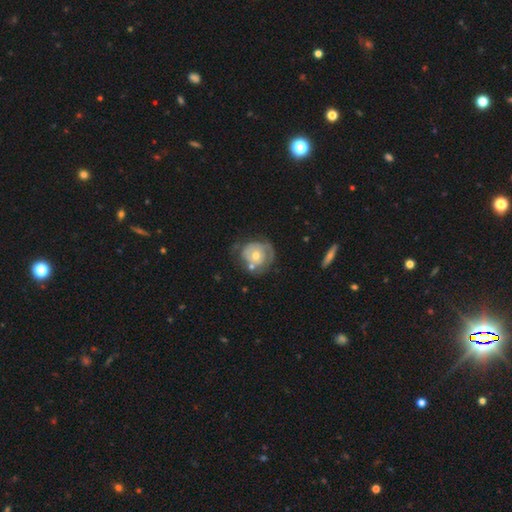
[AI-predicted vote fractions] Q: Smooth or featured?
A: featured or disk (57%); runner-up: smooth (37%)
Q: Edge-on disk?
A: no (97%); runner-up: yes (3%)
Q: Bar?
A: no (87%); runner-up: weak (11%)
Q: Spiral arms?
A: no (56%); runner-up: yes (44%)
Q: Bulge size?
A: moderate (62%); runner-up: small (32%)
Q: Merging?
A: none (42%); runner-up: minor disturbance (26%)